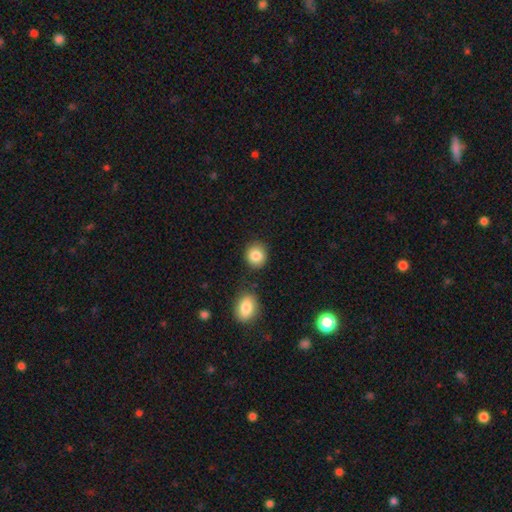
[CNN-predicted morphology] smooth 85%, star or artifact 8%, featured or disk 6%. Down the decision tree: how rounded — round (78%); merging — none (81%).